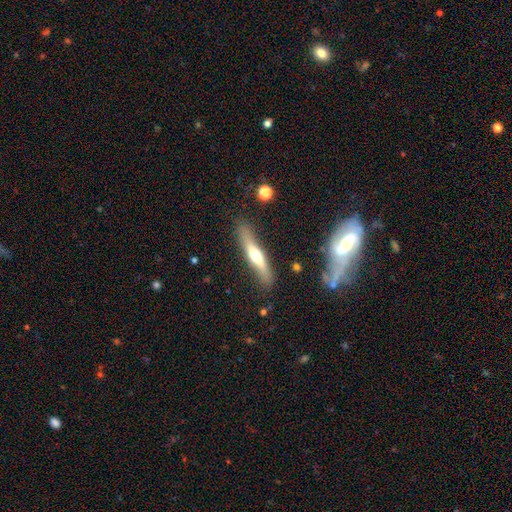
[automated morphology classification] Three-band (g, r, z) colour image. It shows a featured or disk galaxy (55%) viewed edge-on (89%). Merging: none (83%).